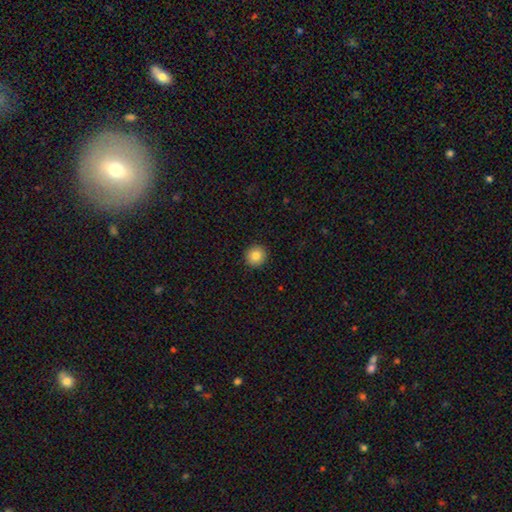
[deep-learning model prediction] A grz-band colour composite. It shows a smooth galaxy with no disk features (84%) that is round (91%). Merging: none (92%).